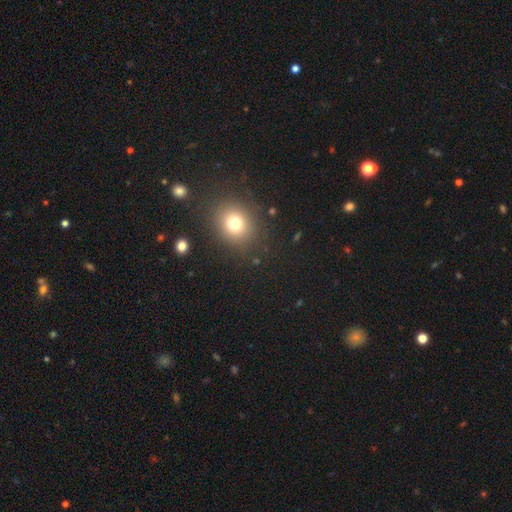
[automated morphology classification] Smooth or featured? Predicted: smooth (p=0.63). How rounded? Predicted: round (p=0.74). Merging? Predicted: none (p=0.89).